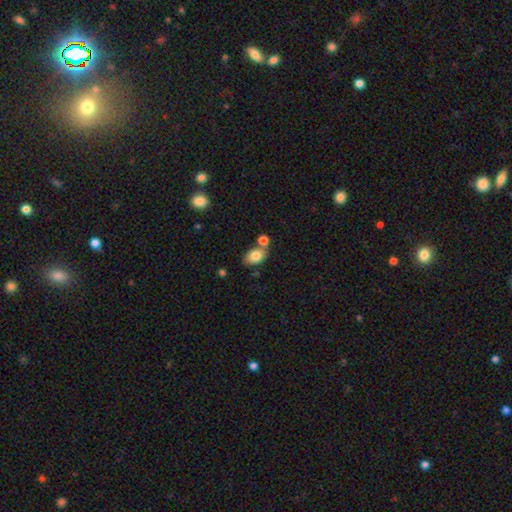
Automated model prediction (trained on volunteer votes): Morphology: type=smooth (81%); roundness=in between (82%); merging=none (63%).